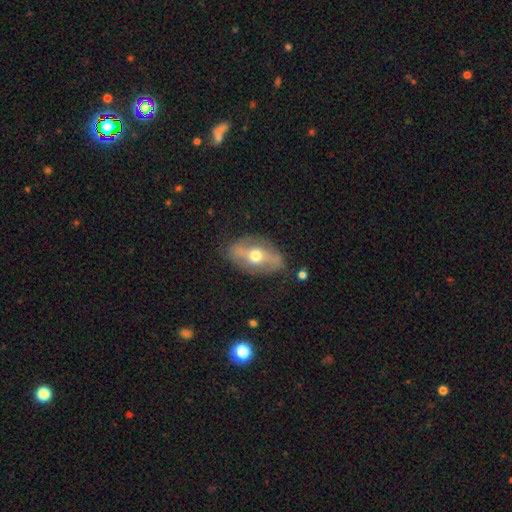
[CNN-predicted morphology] This is likely a featured or disk galaxy (63%). It is clearly not viewed edge-on (81%). Bar: marginally strong (41%). Spiral arm pattern: likely no (64%). Central bulge: likely moderate (75%). Merging: likely none (75%).